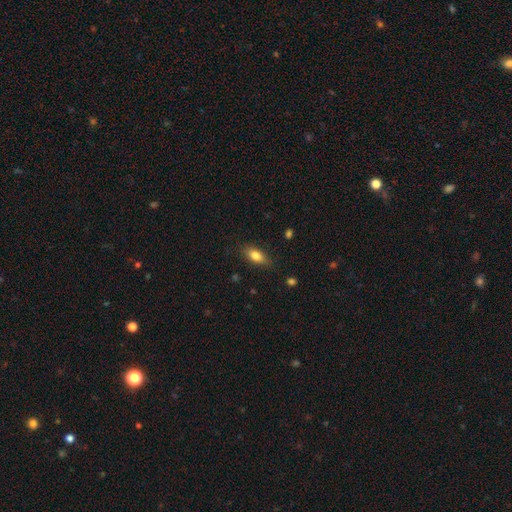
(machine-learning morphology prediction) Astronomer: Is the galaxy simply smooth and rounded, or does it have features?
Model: smooth — 79%.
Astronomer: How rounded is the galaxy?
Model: in between — 81%.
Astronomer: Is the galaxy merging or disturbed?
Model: none — 83%.